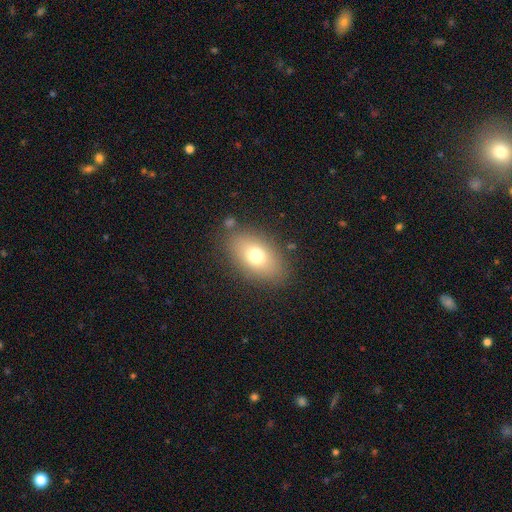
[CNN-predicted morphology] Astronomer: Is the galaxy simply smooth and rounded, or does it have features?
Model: smooth — 73%.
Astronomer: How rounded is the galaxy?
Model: in between — 85%.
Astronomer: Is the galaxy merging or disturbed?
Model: none — 81%.